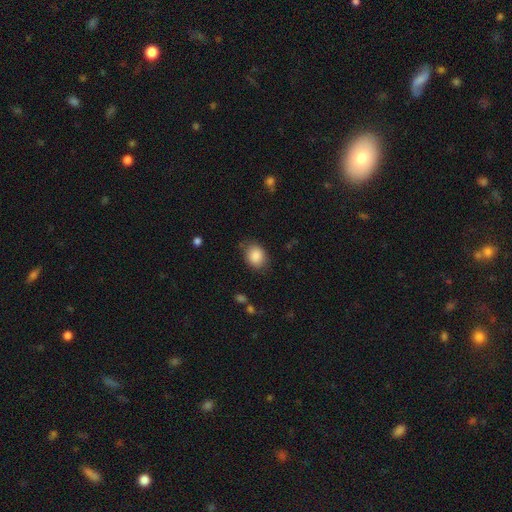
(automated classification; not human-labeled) Smooth or featured?
  - smooth: 87% *
  - star or artifact: 8%
  - featured or disk: 5%
How rounded?
  - in between: 54% *
  - round: 45%
  - cigar-shaped: 1%
Merging?
  - none: 74% *
  - minor disturbance: 19%
  - major disturbance: 5%
  - merger: 2%